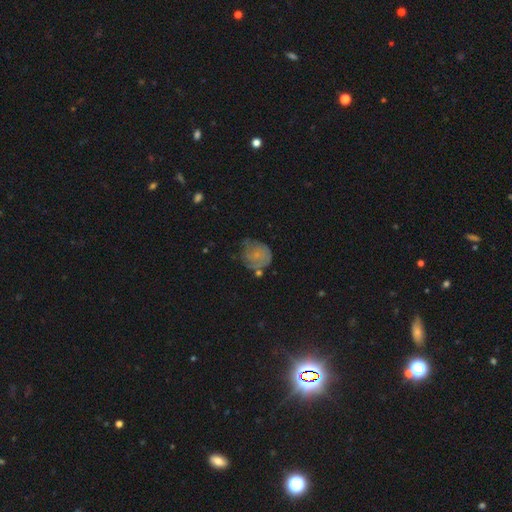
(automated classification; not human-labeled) A smooth galaxy with no disk features (48%). Merging: none (47%).